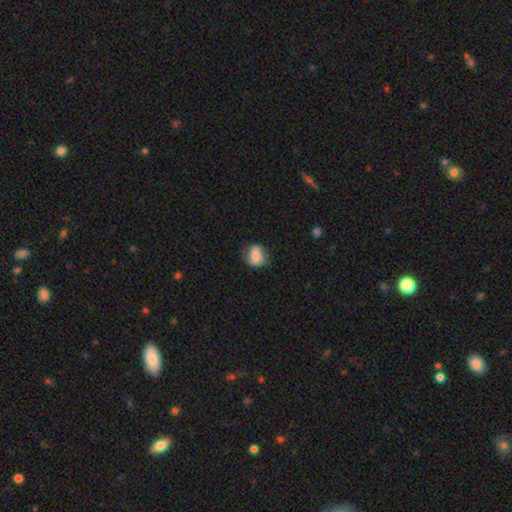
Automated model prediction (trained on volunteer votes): Overall: smooth (68%). How rounded: in between (60%; round 38%). Merging: none (55%; minor disturbance 30%).